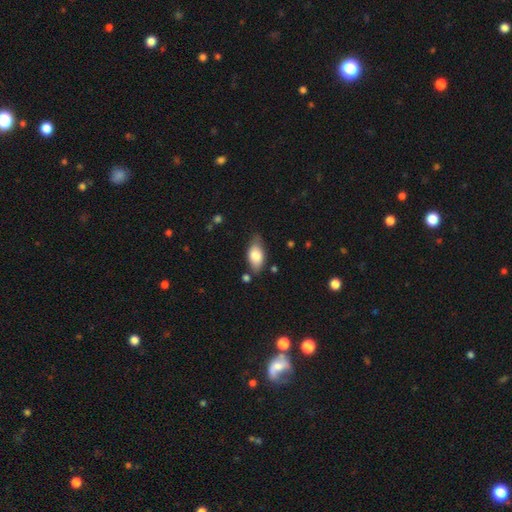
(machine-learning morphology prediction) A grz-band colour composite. It shows a smooth galaxy with no disk features (77%) that is in between round and cigar-shaped (91%). Merging: none (69%).